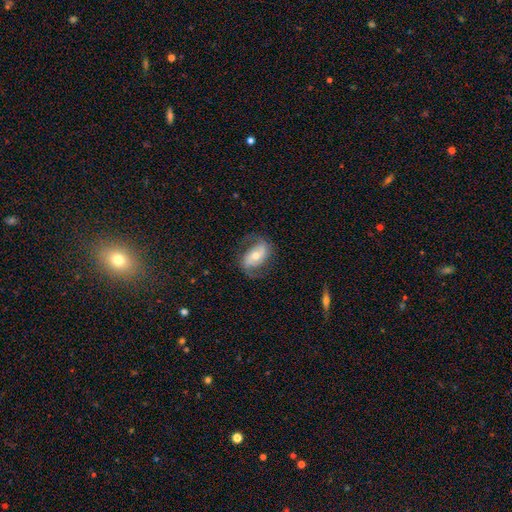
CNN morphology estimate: Smooth or featured: featured or disk — 75% (smooth — 19%)
Edge-on disk: no — 95% (yes — 5%)
Bar: no — 37% (weak — 34%)
Spiral arms: yes — 91% (no — 9%)
Spiral winding: loose — 45% (medium — 40%)
Spiral arm count: 2 — 88% (can't tell — 5%)
Bulge size: moderate — 54% (small — 38%)
Merging: none — 70% (minor disturbance — 18%)